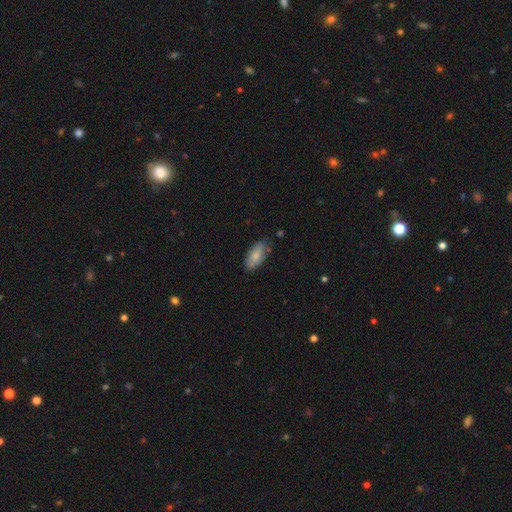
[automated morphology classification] Smooth or featured? Predicted: smooth (p=0.76). How rounded? Predicted: in between (p=0.89). Merging? Predicted: none (p=0.70).